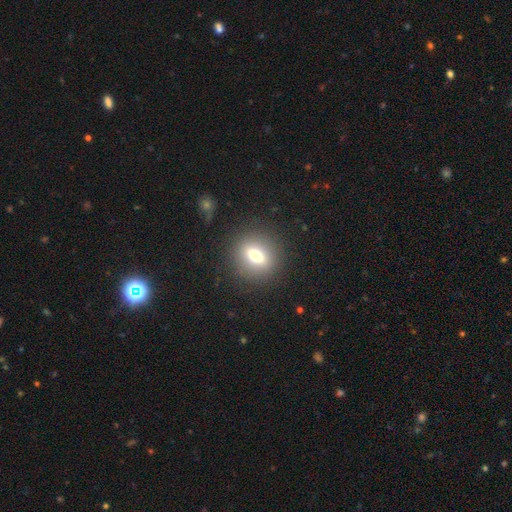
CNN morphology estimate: Smooth or featured? Predicted: smooth (p=0.67). How rounded? Predicted: round (p=0.62). Merging? Predicted: none (p=0.88).